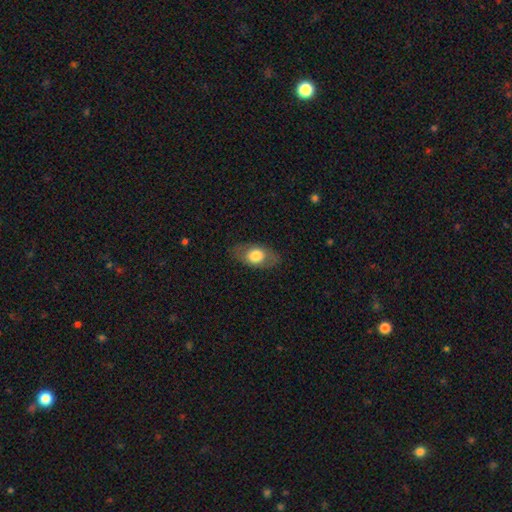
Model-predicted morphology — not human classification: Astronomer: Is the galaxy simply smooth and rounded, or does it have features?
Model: smooth — 65%.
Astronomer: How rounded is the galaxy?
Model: in between — 85%.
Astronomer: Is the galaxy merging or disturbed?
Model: none — 81%.